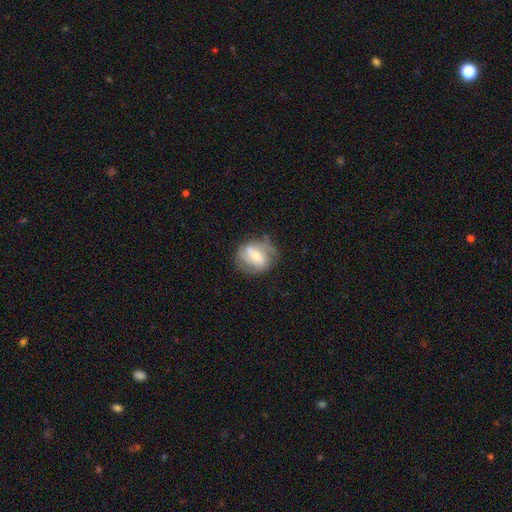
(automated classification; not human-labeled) smooth-or-featured: featured or disk: 70% | smooth: 24% | star or artifact: 7%
  disk-edge-on: no: 96% | yes: 4%
    bar: weak: 41% | strong: 36% | no: 23%
    has-spiral-arms: yes: 83% | no: 17%
      spiral-winding: medium: 41% | tight: 37% | loose: 21%
      spiral-arm-count: 2: 61% | can't tell: 20% | 3: 10% | 1: 5% | 4: 2% | more than 4: 2%
    bulge-size: moderate: 56% | small: 38% | large: 4% | none: 1% | dominant: 1%
  merging: none: 66% | minor disturbance: 21% | major disturbance: 9% | merger: 3%